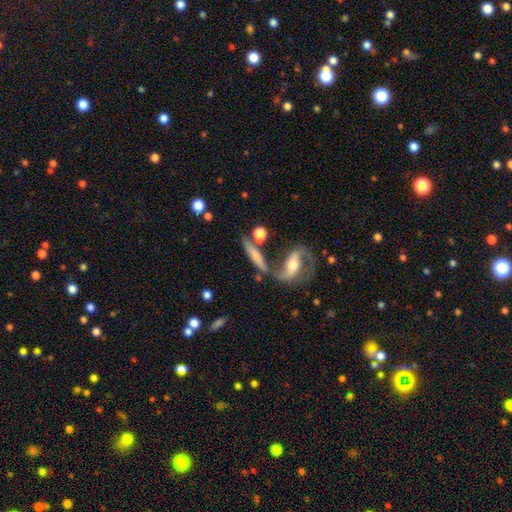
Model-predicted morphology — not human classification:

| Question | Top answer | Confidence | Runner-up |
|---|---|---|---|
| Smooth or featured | smooth | 48% | featured or disk (44%) |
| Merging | none | 53% | merger (25%) |